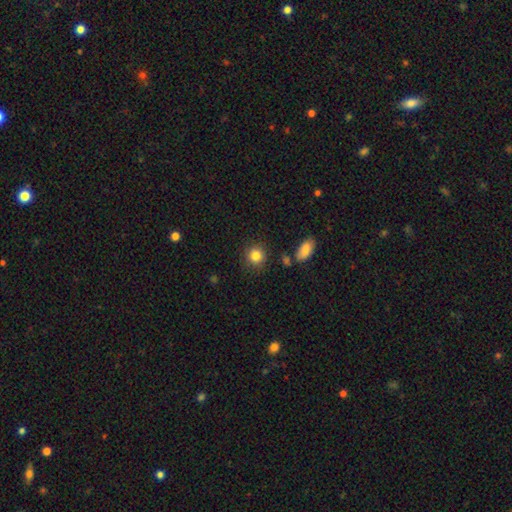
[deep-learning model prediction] smooth_or_featured: smooth (p=0.85) [alt: star or artifact p=0.10]
how_rounded: round (p=0.88) [alt: in between p=0.11]
merging: none (p=0.84) [alt: minor disturbance p=0.09]